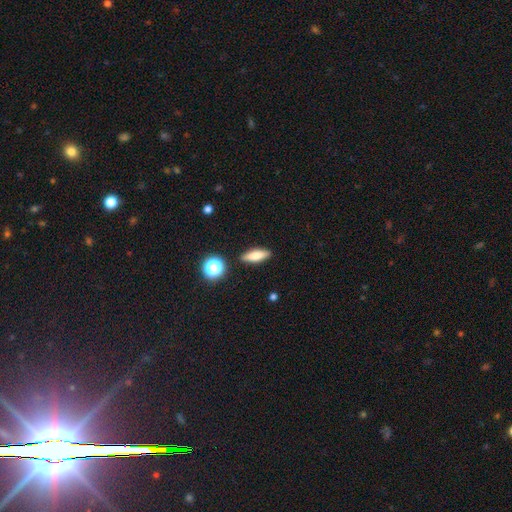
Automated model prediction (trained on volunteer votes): Smooth or featured: smooth — 71% (featured or disk — 20%)
How rounded: cigar-shaped — 48% (in between — 47%)
Merging: none — 88% (minor disturbance — 7%)